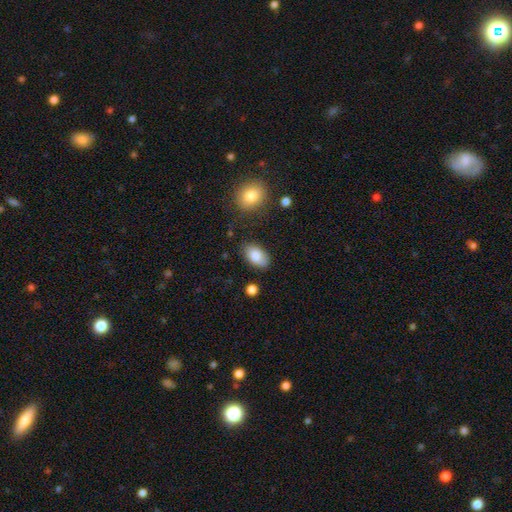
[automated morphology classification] Smooth or featured? Predicted: smooth (p=0.83). How rounded? Predicted: in between (p=0.92). Merging? Predicted: none (p=0.80).